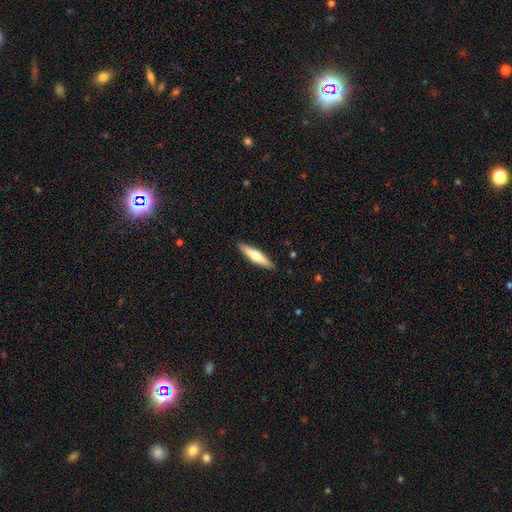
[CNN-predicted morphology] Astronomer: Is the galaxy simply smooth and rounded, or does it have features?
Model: smooth — 53% (runner-up: featured or disk, 42%).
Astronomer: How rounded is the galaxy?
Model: cigar-shaped — 84%.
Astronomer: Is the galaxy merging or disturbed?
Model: none — 90%.